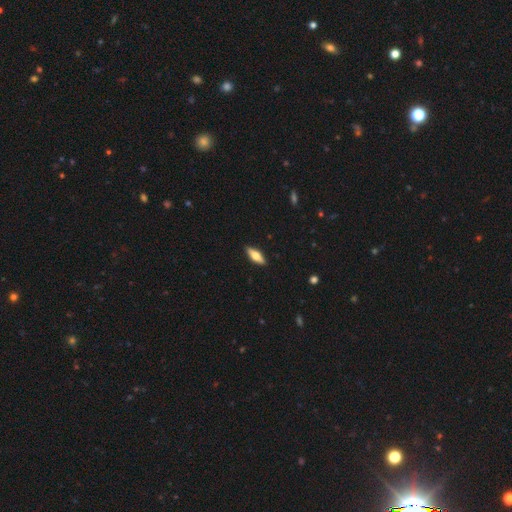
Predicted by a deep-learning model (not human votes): A smooth galaxy with no disk features (48%).

Vote fractions:
- Smooth or featured? smooth: 48% / featured or disk: 45% / star or artifact: 6%
- Merging? none: 90% / minor disturbance: 8% / major disturbance: 2% / merger: 1%